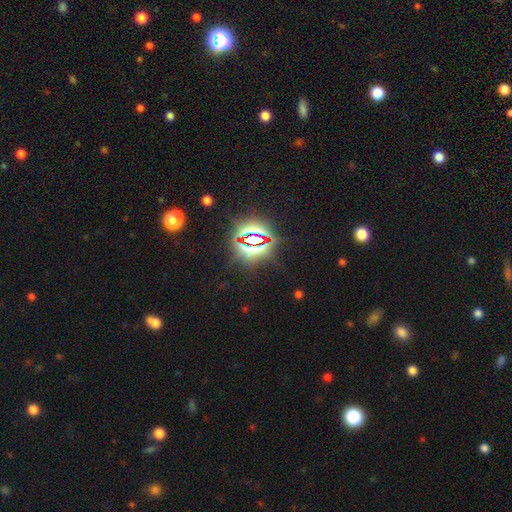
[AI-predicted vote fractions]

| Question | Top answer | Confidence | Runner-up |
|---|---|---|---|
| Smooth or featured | star or artifact | 81% | smooth (12%) |